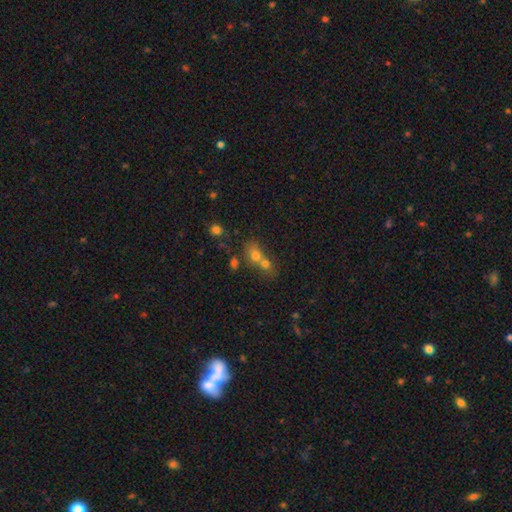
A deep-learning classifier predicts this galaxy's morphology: Overall: smooth (66%). How rounded: round (50%; in between 46%). Merging: merger (68%).